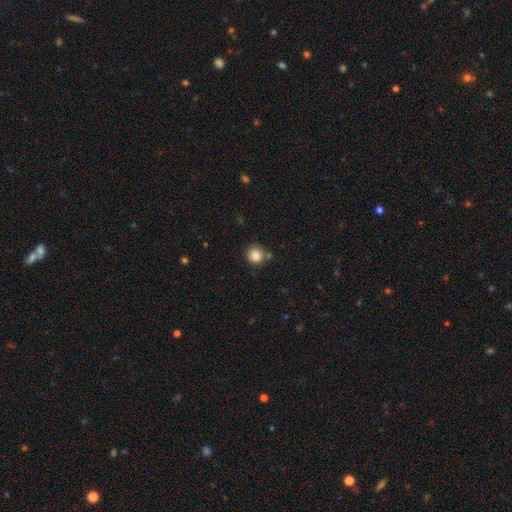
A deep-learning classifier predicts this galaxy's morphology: This appears to be a smooth galaxy with no disk features (84%) that is round (92%). Merging: none (79%).